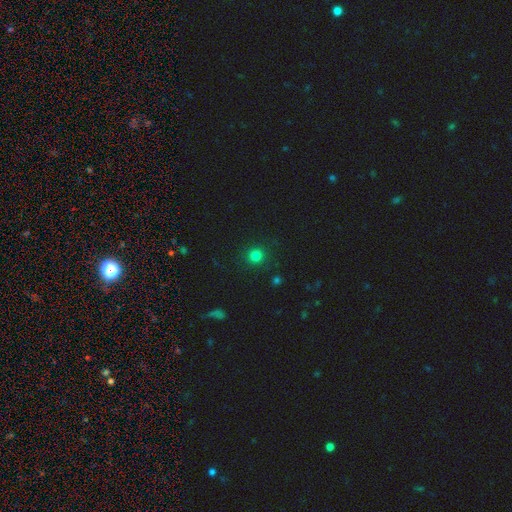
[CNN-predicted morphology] A smooth galaxy with no disk features (80%) that is round (93%). Merging: none (90%).